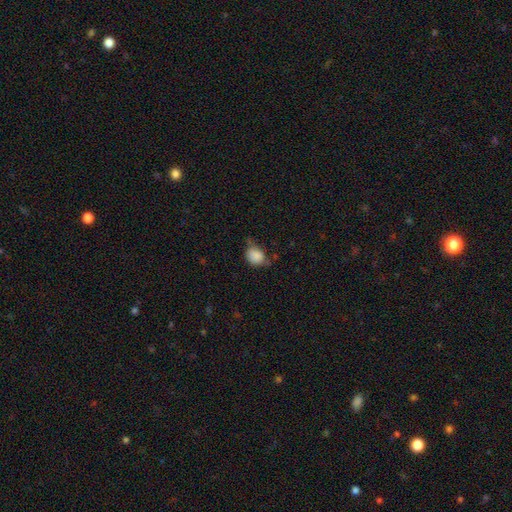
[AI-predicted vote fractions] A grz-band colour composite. It shows a smooth galaxy with no disk features (82%) that is round (60%). Merging: minor disturbance (41%).